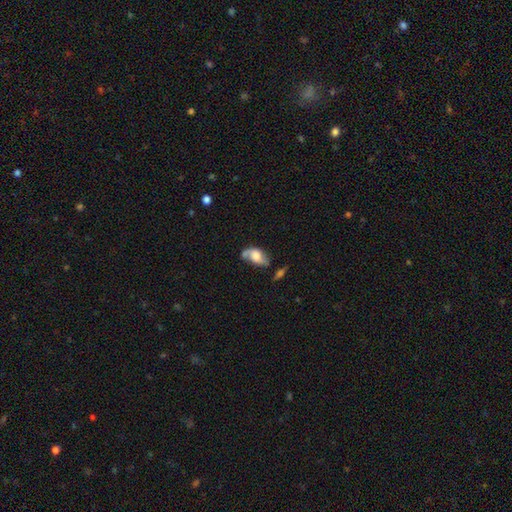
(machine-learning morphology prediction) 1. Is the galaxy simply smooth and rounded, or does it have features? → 51% featured or disk, 40% smooth, 8% star or artifact.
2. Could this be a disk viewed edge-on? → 92% no, 8% yes.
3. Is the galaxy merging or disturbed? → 42% none, 28% minor disturbance, 16% major disturbance, 14% merger.